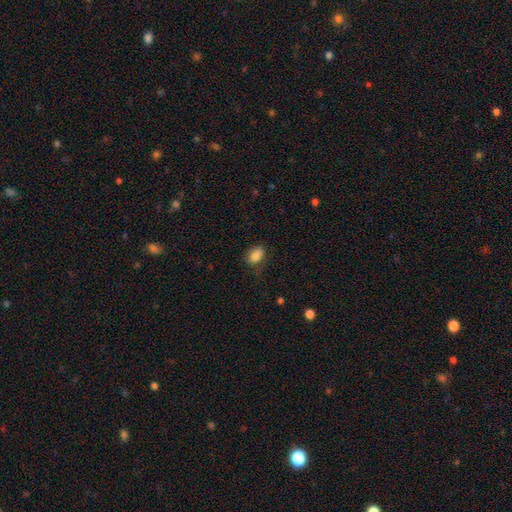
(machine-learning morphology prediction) This appears to be a smooth galaxy with no disk features (84%) that is in between round and cigar-shaped (80%). Merging: none (70%).